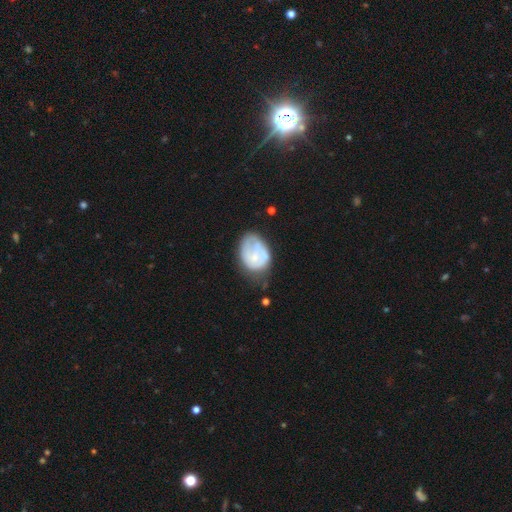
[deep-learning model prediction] Smooth or featured?
  - smooth: 47% *
  - featured or disk: 46%
  - star or artifact: 7%
Merging?
  - none: 39% *
  - minor disturbance: 35%
  - major disturbance: 22%
  - merger: 4%